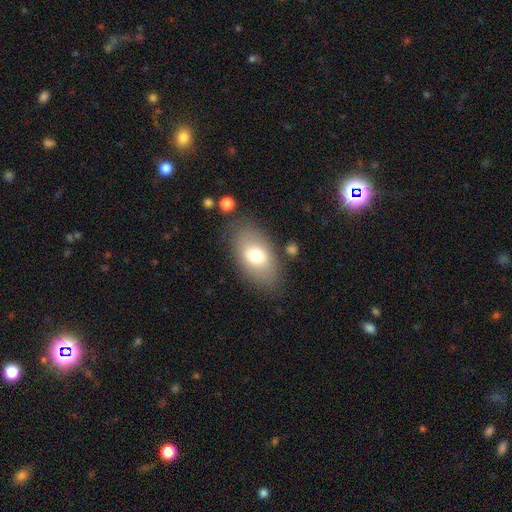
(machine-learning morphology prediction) Smooth or featured? smooth (71%)
How rounded? in between (91%)
Merging? none (79%)